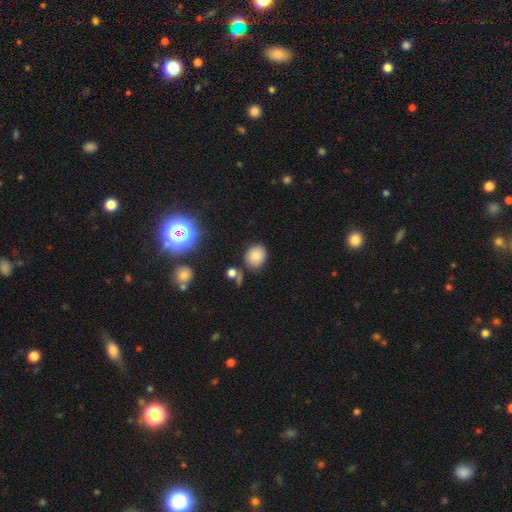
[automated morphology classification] The model was most divided on "how rounded": round: 70%, in between: 29%, cigar-shaped: 1%. More confident: merging — none (78%); smooth or featured — smooth (77%).